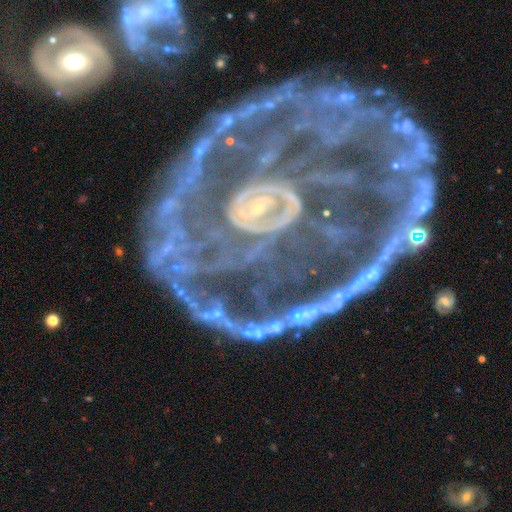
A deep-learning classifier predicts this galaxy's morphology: Smooth or featured? Predicted: featured or disk (p=0.82). Edge-on disk? Predicted: no (p=0.96). Bar? Predicted: no (p=0.60). Spiral arms? Predicted: yes (p=0.82). Spiral winding? Predicted: tight (p=0.50). Spiral arm count? Predicted: 2 (p=0.27). Bulge size? Predicted: small (p=0.62). Merging? Predicted: none (p=0.41).